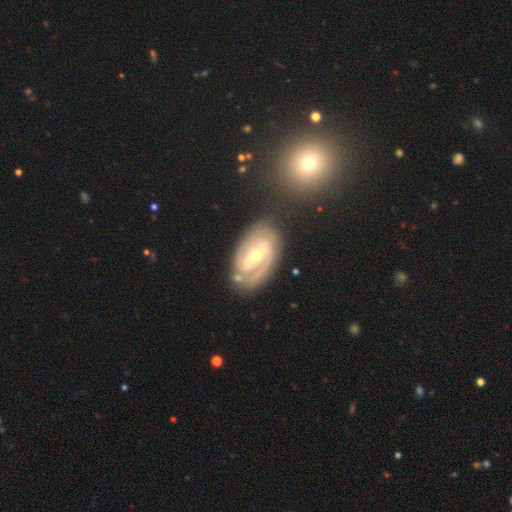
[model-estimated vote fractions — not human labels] featured or disk 84%, smooth 10%, star or artifact 6%. Down the decision tree: edge-on disk — no (95%); bar — strong (49%); spiral arms — yes (91%); spiral arm count — 2 (67%); spiral winding — tight (57%); bulge size — small (50%); merging — none (70%).